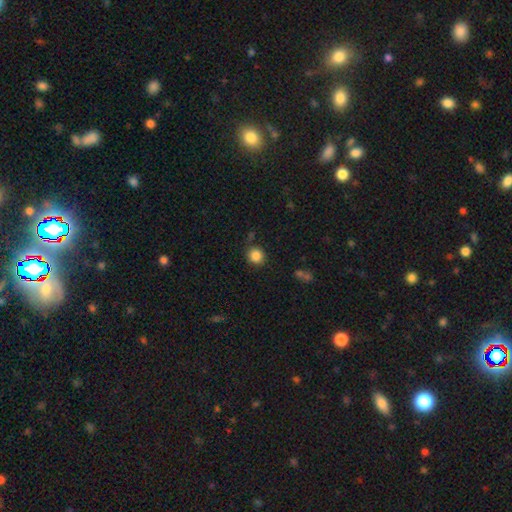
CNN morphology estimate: Overall: smooth (85%). How rounded: round (92%). Merging: none (84%).